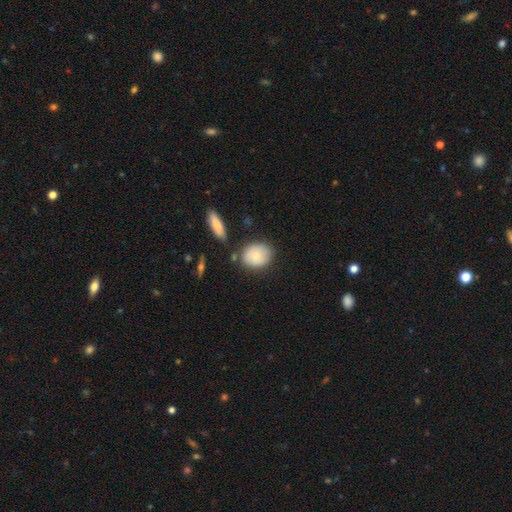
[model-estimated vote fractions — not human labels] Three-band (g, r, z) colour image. It shows a smooth galaxy with no disk features (75%) that is in between round and cigar-shaped (50%). Merging: none (71%).